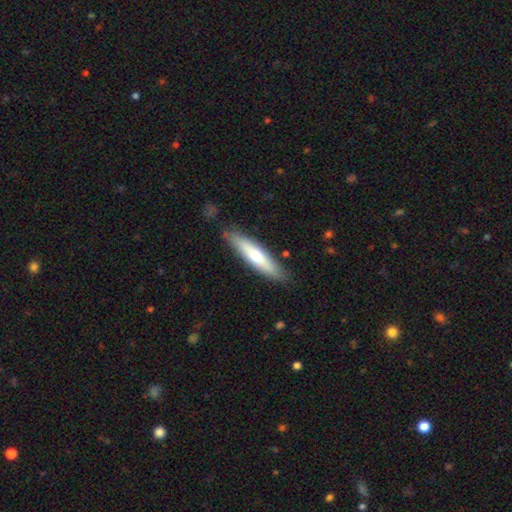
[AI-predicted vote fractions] A smooth galaxy with no disk features (61%) that is cigar-shaped (79%). Merging: none (84%).